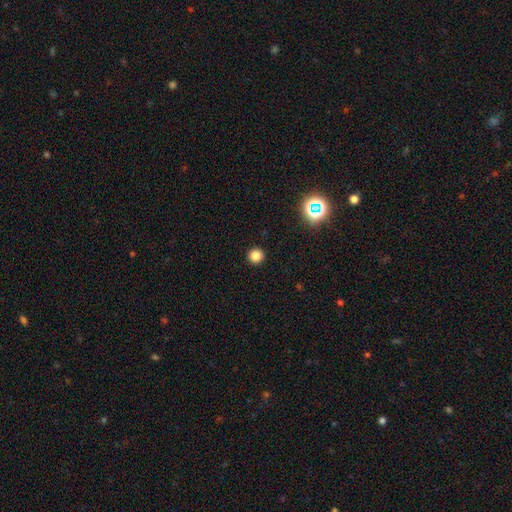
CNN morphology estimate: The model was most divided on "smooth or featured": smooth: 84%, star or artifact: 13%, featured or disk: 4%. More confident: how rounded — round (95%); merging — none (93%).